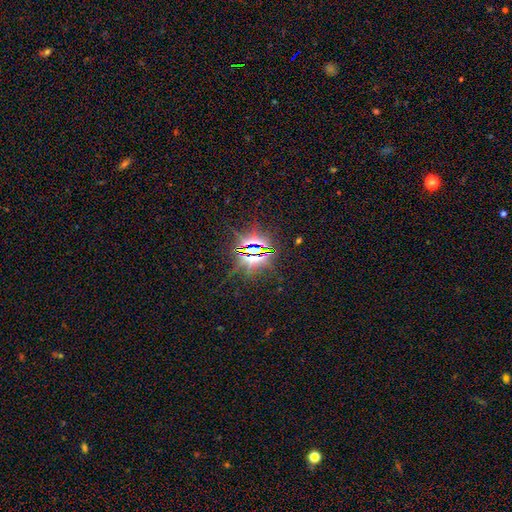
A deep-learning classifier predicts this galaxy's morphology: Smooth or featured? Predicted: star or artifact (p=0.82).